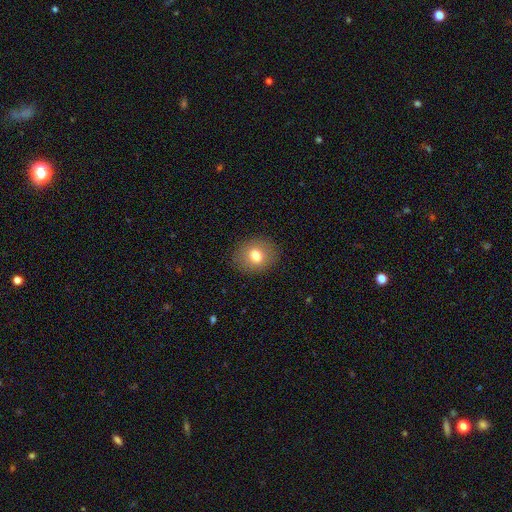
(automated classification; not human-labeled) Smooth or featured? Predicted: smooth (p=0.76). How rounded? Predicted: round (p=0.59). Merging? Predicted: none (p=0.88).